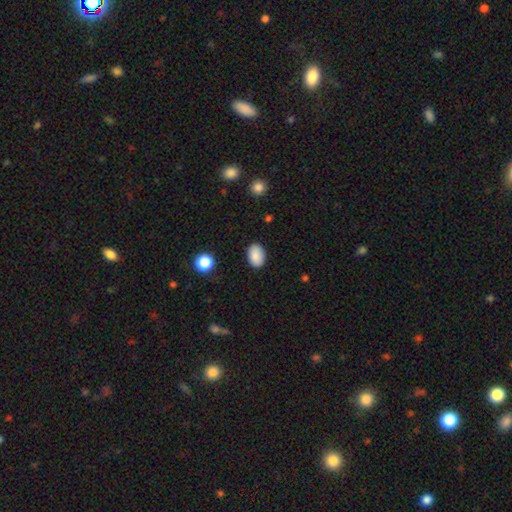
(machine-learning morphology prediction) Overall: smooth (89%). How rounded: in between (85%). Merging: none (88%).